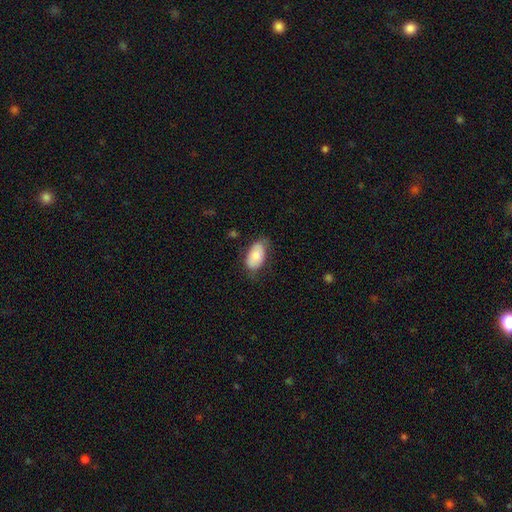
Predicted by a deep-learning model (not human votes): Smooth or featured? Predicted: smooth (p=0.78). How rounded? Predicted: in between (p=0.95). Merging? Predicted: none (p=0.68).